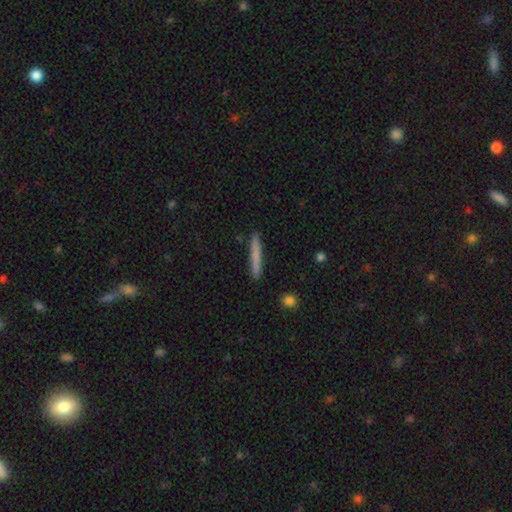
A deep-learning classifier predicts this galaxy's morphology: This appears to be a smooth galaxy with no disk features (74%) that is cigar-shaped (96%). Merging: none (91%).